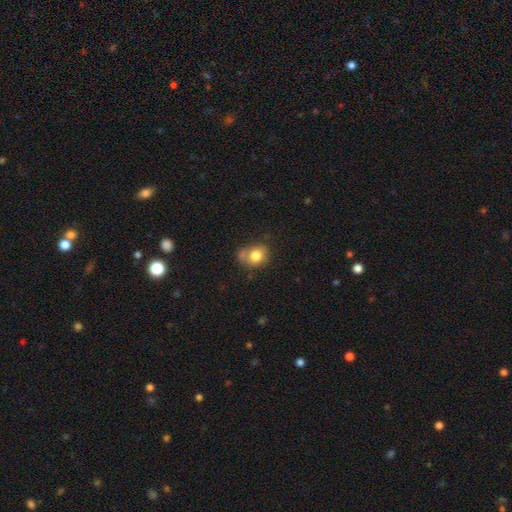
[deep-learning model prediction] A smooth galaxy with no disk features (78%) that is round (55%).

Vote fractions:
- Smooth or featured? smooth: 78% / featured or disk: 13% / star or artifact: 9%
- How rounded? round: 55% / in between: 44% / cigar-shaped: 1%
- Merging? none: 48% / minor disturbance: 25% / merger: 16% / major disturbance: 11%